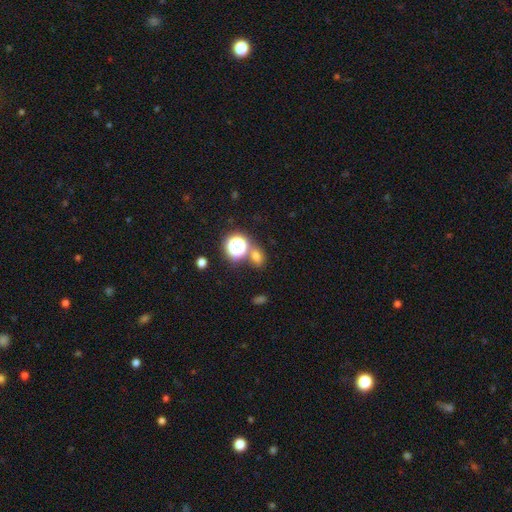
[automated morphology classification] smooth-or-featured: smooth: 65% | star or artifact: 27% | featured or disk: 7%
  how-rounded: round: 54% | in between: 44% | cigar-shaped: 2%
  merging: none: 66% | merger: 19% | minor disturbance: 10% | major disturbance: 4%